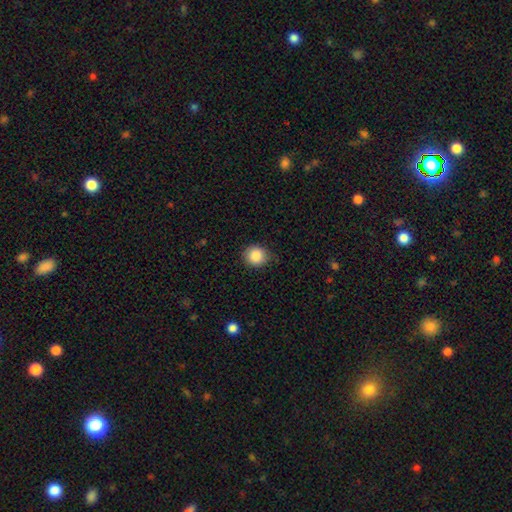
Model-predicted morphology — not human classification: Smooth or featured: smooth — 87% (star or artifact — 9%)
How rounded: round — 86% (in between — 13%)
Merging: none — 80% (minor disturbance — 16%)